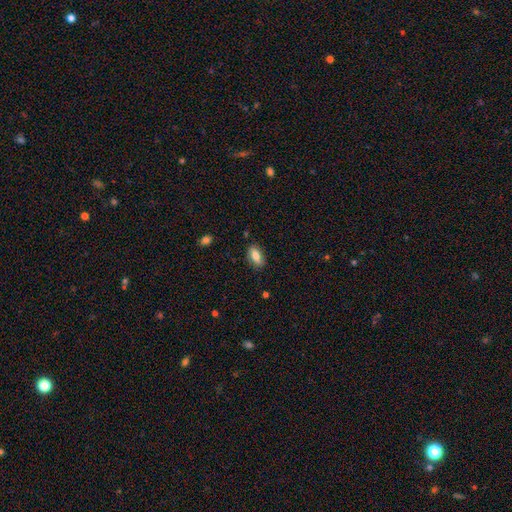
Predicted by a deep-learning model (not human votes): smooth_or_featured: smooth (p=0.78) [alt: featured or disk p=0.14]
how_rounded: in between (p=0.87) [alt: cigar-shaped p=0.08]
merging: none (p=0.82) [alt: minor disturbance p=0.14]